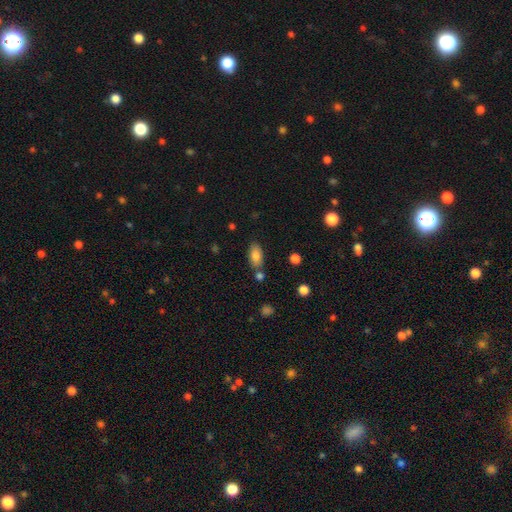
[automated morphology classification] Smooth or featured? smooth (83%)
How rounded? in between (90%)
Merging? none (72%)